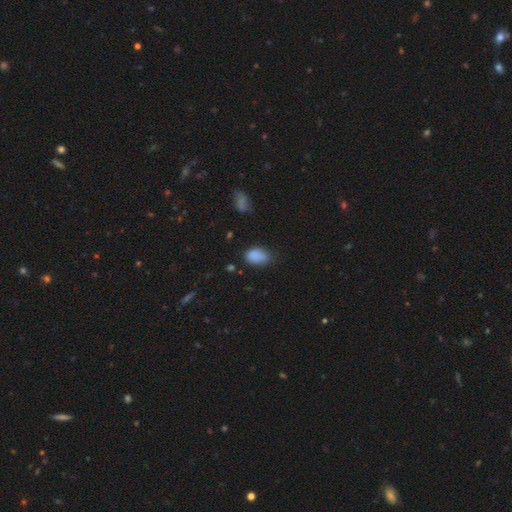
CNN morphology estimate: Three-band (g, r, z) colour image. It shows a smooth galaxy with no disk features (86%) that is in between round and cigar-shaped (87%). Merging: none (60%).